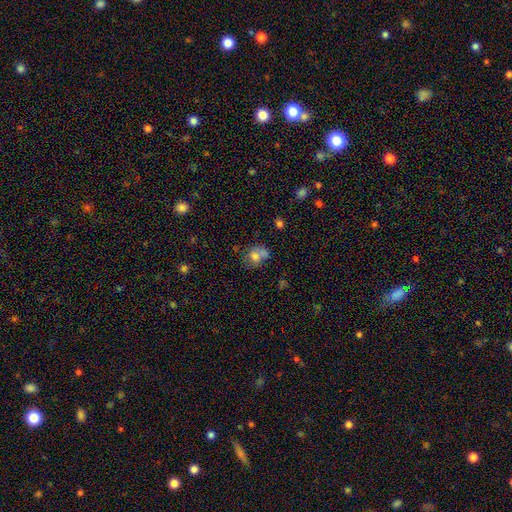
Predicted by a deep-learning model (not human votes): Smooth or featured: smooth — 69% (featured or disk — 18%)
How rounded: round — 57% (in between — 42%)
Merging: merger — 37% (none — 36%)